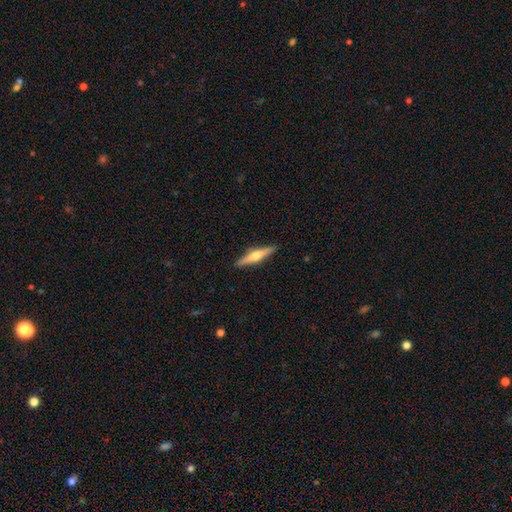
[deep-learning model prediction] This is likely a featured or disk galaxy (61%). It is clearly viewed edge-on (96%). Edge-on bulge: clearly rounded (92%). Merging: clearly none (90%).